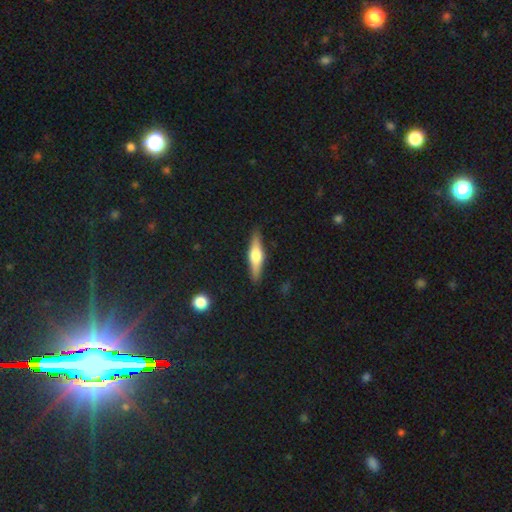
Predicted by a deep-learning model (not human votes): A featured or disk galaxy (54%) viewed edge-on (95%) with a rounded central bulge (90%). Merging: none (88%).